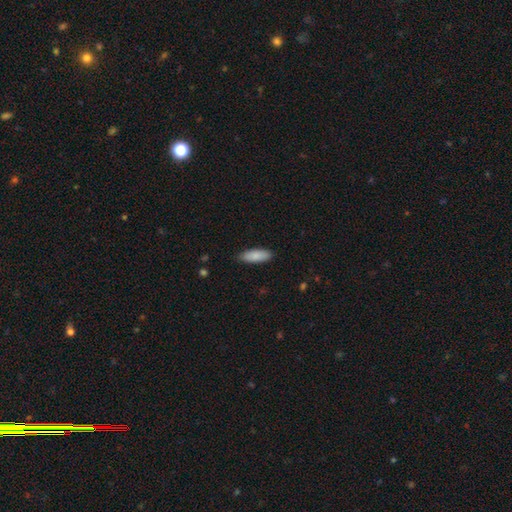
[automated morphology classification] smooth_or_featured: smooth (p=0.86) [alt: featured or disk p=0.08]
how_rounded: in between (p=0.67) [alt: cigar-shaped p=0.31]
merging: none (p=0.86) [alt: minor disturbance p=0.11]